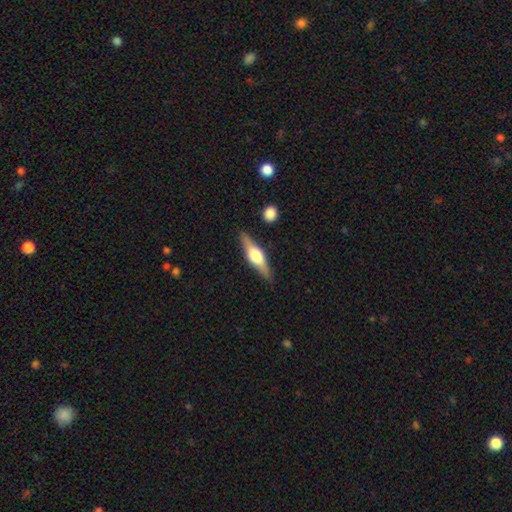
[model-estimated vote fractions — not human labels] Smooth or featured?
  - featured or disk: 63% *
  - smooth: 31%
  - star or artifact: 6%
Edge-on disk?
  - yes: 95% *
  - no: 5%
Edge-on bulge?
  - rounded: 91% *
  - boxy: 7%
  - none: 2%
Merging?
  - none: 86% *
  - minor disturbance: 9%
  - merger: 2%
  - major disturbance: 2%